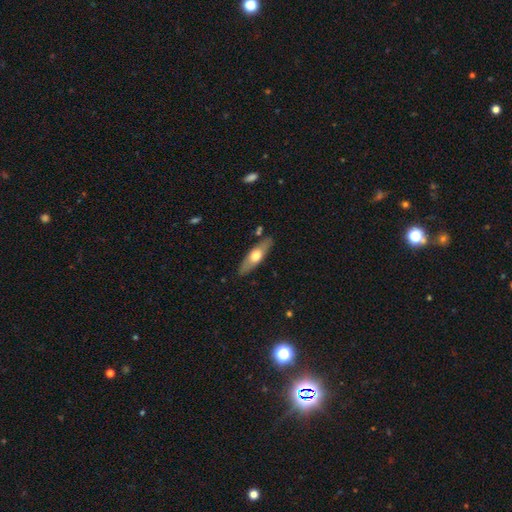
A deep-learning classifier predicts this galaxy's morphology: Smooth or featured? Predicted: smooth (p=0.52). How rounded? Predicted: cigar-shaped (p=0.52). Merging? Predicted: none (p=0.85).